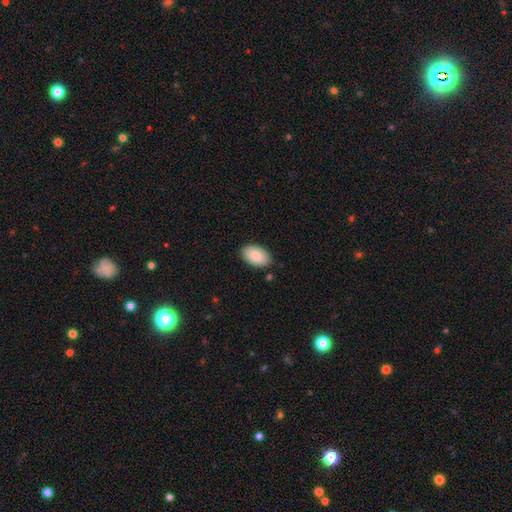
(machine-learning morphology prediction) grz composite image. It shows a smooth galaxy with no disk features (86%) that is in between round and cigar-shaped (94%). Merging: none (87%).